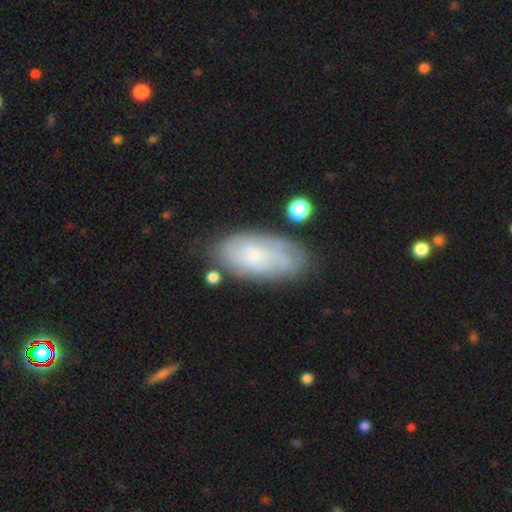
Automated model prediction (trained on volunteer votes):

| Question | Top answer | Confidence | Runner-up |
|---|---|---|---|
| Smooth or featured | smooth | 47% | featured or disk (45%) |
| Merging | none | 64% | minor disturbance (23%) |